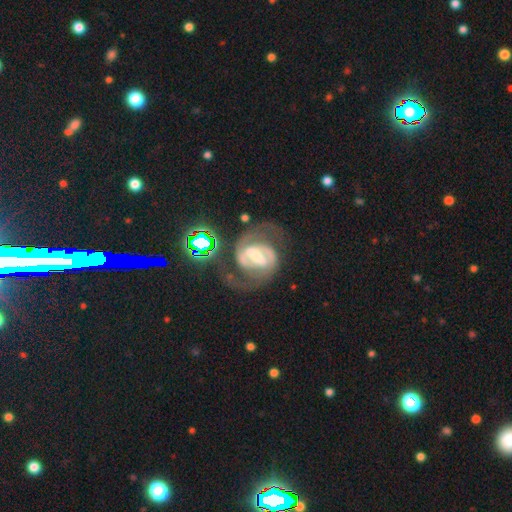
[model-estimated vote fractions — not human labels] Morphology: type=featured or disk (88%); edge-on=no (97%); bar=strong (59%); spiral arms=yes (95%); winding=medium (54%); arm count=2 (88%); bulge=moderate (35%); merging=none (61%).